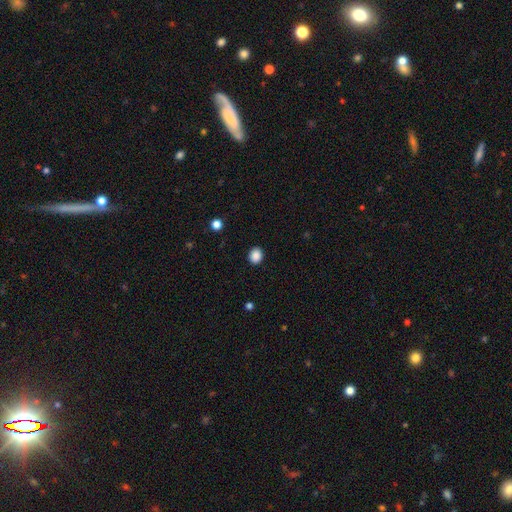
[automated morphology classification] smooth-or-featured: smooth: 88% | star or artifact: 9% | featured or disk: 3%
  how-rounded: round: 64% | in between: 35% | cigar-shaped: 1%
  merging: none: 91% | minor disturbance: 6% | major disturbance: 2% | merger: 1%